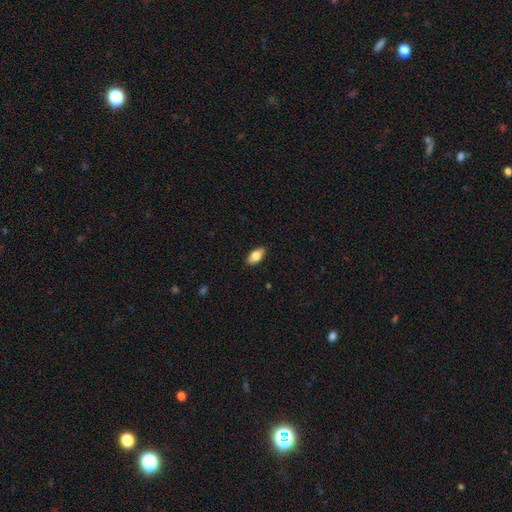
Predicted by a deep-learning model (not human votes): A smooth galaxy with no disk features (79%) that is in between round and cigar-shaped (90%). Merging: none (88%).